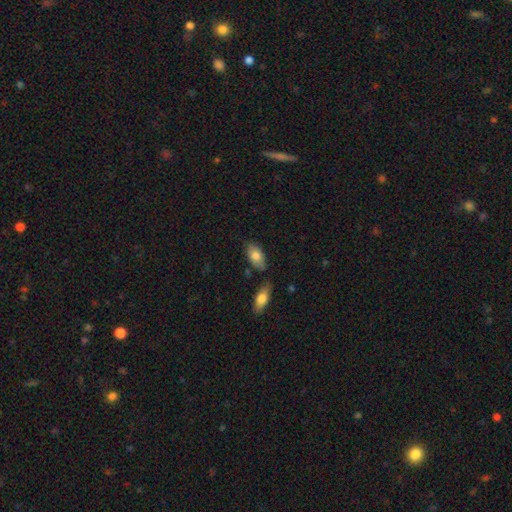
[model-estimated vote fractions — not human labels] Smooth or featured: smooth — 80% (featured or disk — 14%)
How rounded: in between — 92% (cigar-shaped — 4%)
Merging: none — 72% (minor disturbance — 16%)